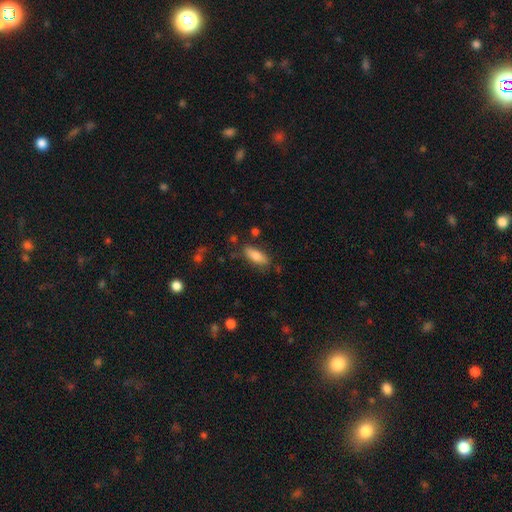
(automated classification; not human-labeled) The model was most divided on "how rounded": in between: 68%, cigar-shaped: 29%, round: 2%. More confident: smooth or featured — smooth (79%); merging — none (78%).